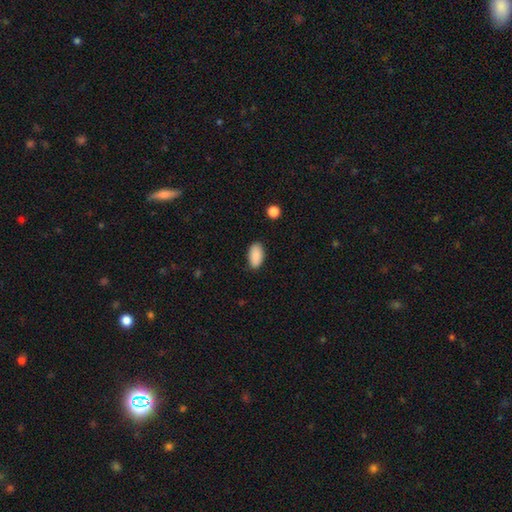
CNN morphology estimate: This appears to be a smooth galaxy with no disk features (89%) that is in between round and cigar-shaped (94%). Merging: none (85%).